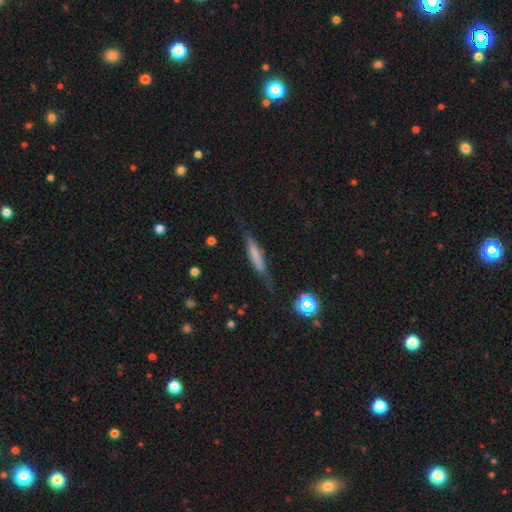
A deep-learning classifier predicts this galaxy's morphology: type=smooth (51%); roundness=cigar-shaped (89%); merging=none (66%).